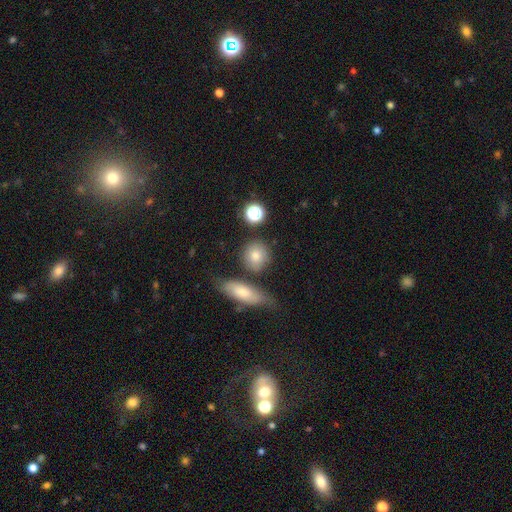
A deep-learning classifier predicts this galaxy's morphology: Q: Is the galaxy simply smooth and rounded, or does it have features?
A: smooth — 80%.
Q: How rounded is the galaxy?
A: round — 80%.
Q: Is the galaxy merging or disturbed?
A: none — 76%.